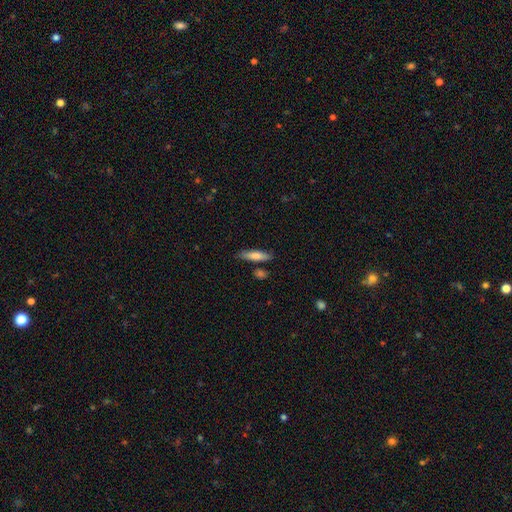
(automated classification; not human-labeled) Smooth or featured: smooth — 72% (featured or disk — 22%)
How rounded: cigar-shaped — 73% (in between — 25%)
Merging: none — 79% (minor disturbance — 13%)